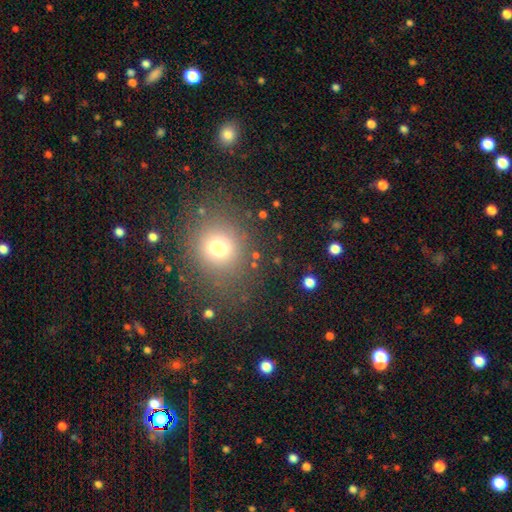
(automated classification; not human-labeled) Morphology: type=smooth (70%); roundness=round (73%); merging=none (81%).